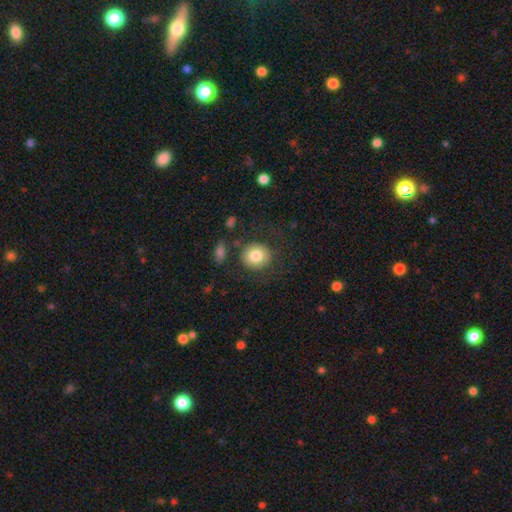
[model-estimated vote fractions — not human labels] Smooth or featured?
  - smooth: 82% *
  - featured or disk: 10%
  - star or artifact: 8%
How rounded?
  - round: 88% *
  - in between: 11%
  - cigar-shaped: 1%
Merging?
  - none: 78% *
  - minor disturbance: 12%
  - major disturbance: 7%
  - merger: 3%